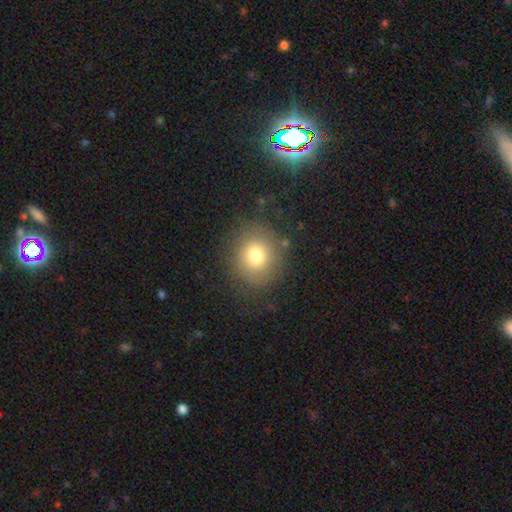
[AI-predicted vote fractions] Smooth or featured? Predicted: smooth (p=0.75). How rounded? Predicted: round (p=0.82). Merging? Predicted: none (p=0.81).